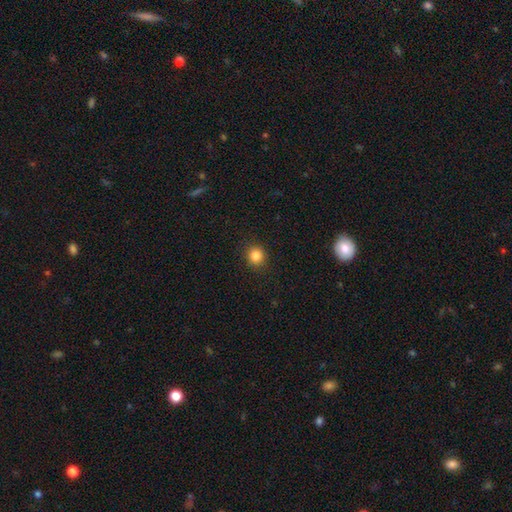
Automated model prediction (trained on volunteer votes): The model was most divided on "smooth or featured": smooth: 85%, star or artifact: 11%, featured or disk: 4%. More confident: merging — none (91%); how rounded — round (89%).